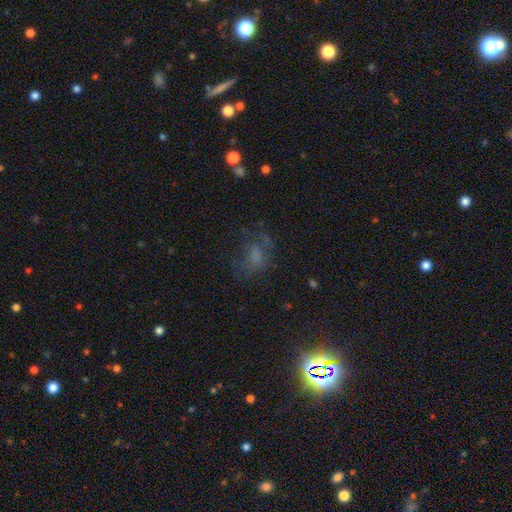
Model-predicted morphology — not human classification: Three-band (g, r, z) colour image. It shows a smooth galaxy with no disk features (44%). Merging: none (47%).